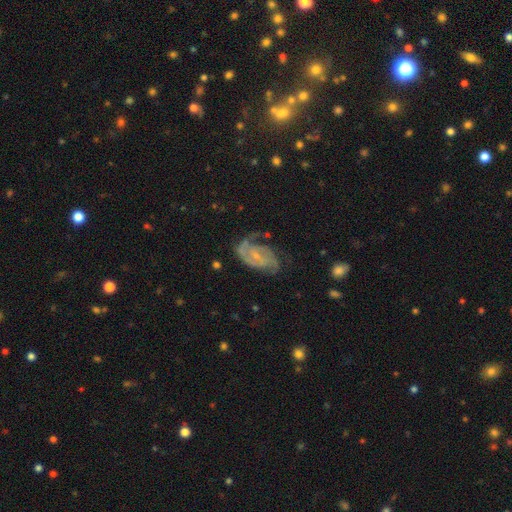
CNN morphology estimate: Overall: featured or disk (84%). Edge-on disk: no (97%). Bar: no (56%; weak 36%). Spiral arms: yes (96%). Spiral arm count: 2 (62%). Spiral winding: tight (45%; medium 42%). Bulge size: small (71%). Merging: none (62%; minor disturbance 22%).